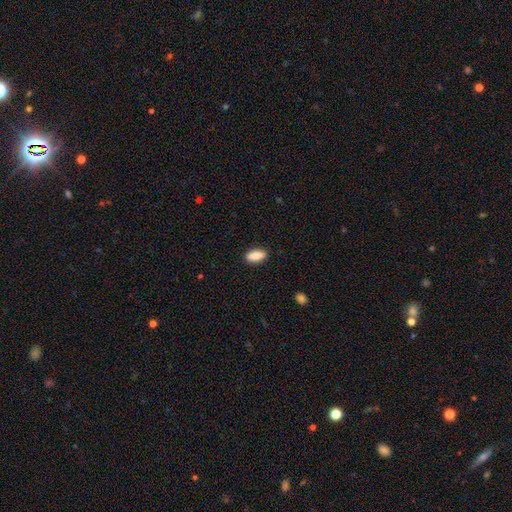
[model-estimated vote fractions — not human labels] This appears to be a smooth galaxy with no disk features (89%) that is in between round and cigar-shaped (83%). Merging: none (89%).